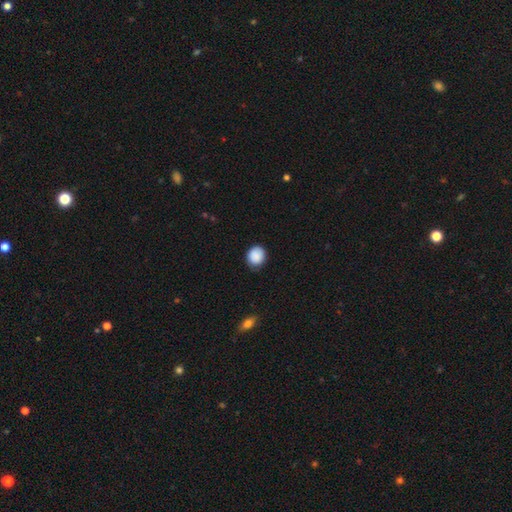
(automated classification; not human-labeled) smooth-or-featured: smooth: 89% | star or artifact: 7% | featured or disk: 4%
  how-rounded: round: 81% | in between: 19% | cigar-shaped: 1%
  merging: none: 79% | minor disturbance: 17% | major disturbance: 3% | merger: 1%